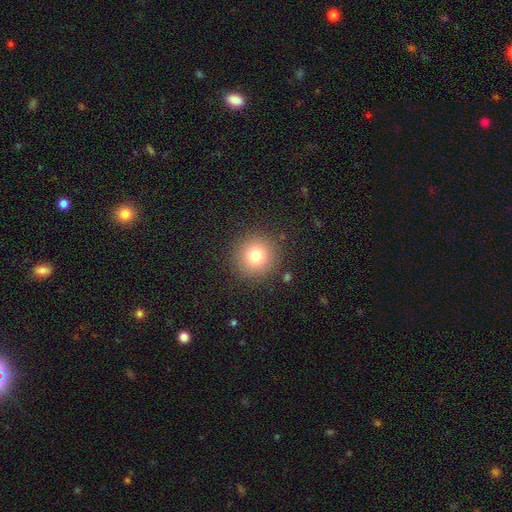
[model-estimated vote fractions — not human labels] Smooth or featured: smooth — 78% (star or artifact — 13%)
How rounded: round — 94% (in between — 5%)
Merging: none — 89% (minor disturbance — 7%)